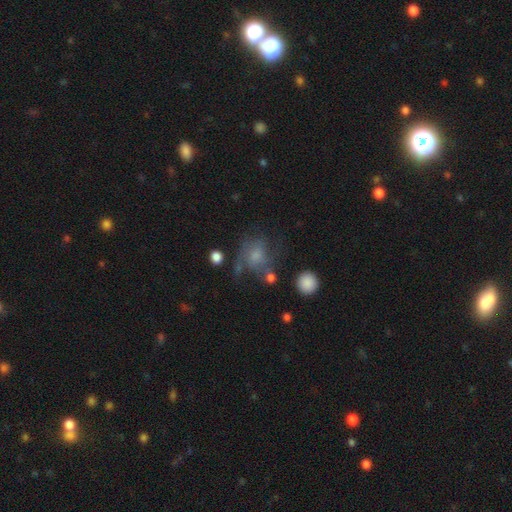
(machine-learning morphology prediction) smooth-or-featured: smooth: 50% | featured or disk: 36% | star or artifact: 14%
  how-rounded: round: 59% | in between: 39% | cigar-shaped: 1%
  merging: none: 38% | major disturbance: 33% | minor disturbance: 22% | merger: 7%